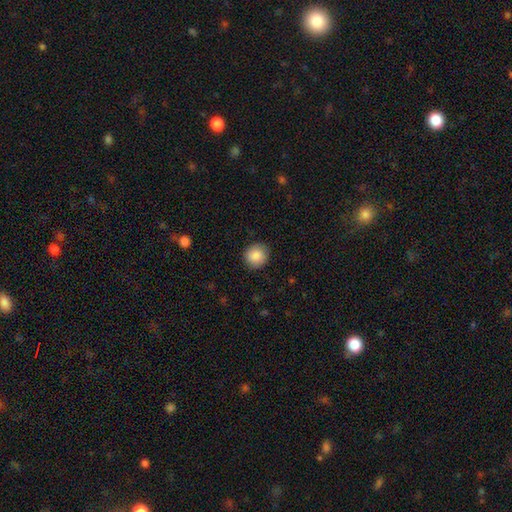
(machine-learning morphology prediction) Smooth or featured?
  - smooth: 88% *
  - star or artifact: 8%
  - featured or disk: 4%
How rounded?
  - round: 89% *
  - in between: 10%
  - cigar-shaped: 1%
Merging?
  - none: 89% *
  - minor disturbance: 8%
  - major disturbance: 2%
  - merger: 1%